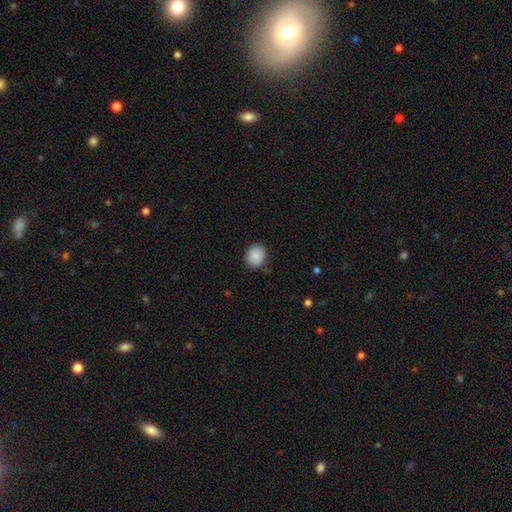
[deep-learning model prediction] Q: Smooth or featured?
A: smooth (89%); runner-up: star or artifact (8%)
Q: How rounded?
A: round (58%); runner-up: in between (41%)
Q: Merging?
A: none (86%); runner-up: minor disturbance (11%)